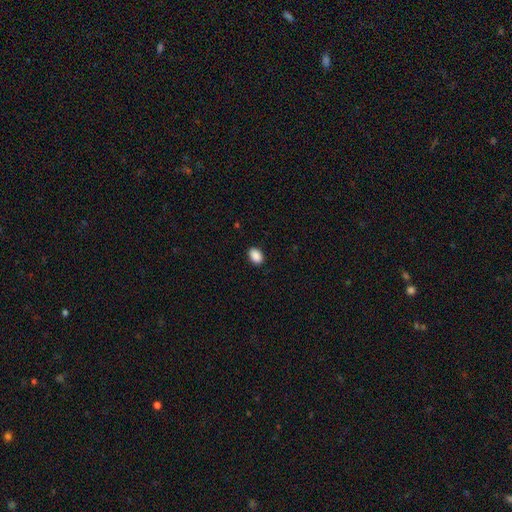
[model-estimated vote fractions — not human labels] A smooth galaxy with no disk features (90%) that is in between round and cigar-shaped (81%). Merging: none (88%).